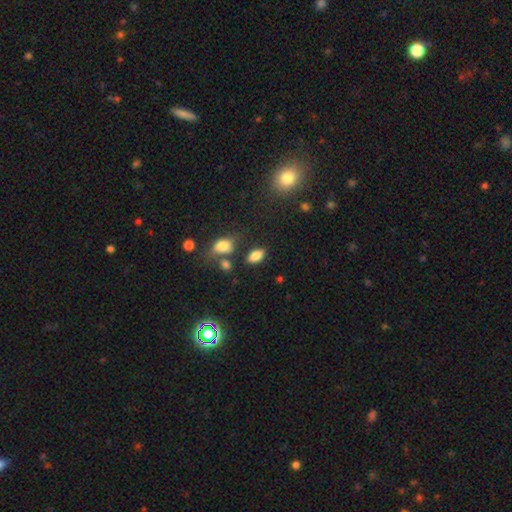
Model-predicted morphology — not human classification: type=smooth (81%); roundness=in between (88%); merging=none (78%).